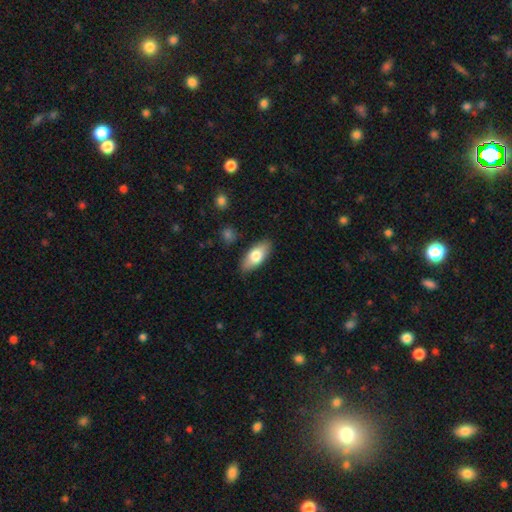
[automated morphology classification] Smooth or featured? Predicted: smooth (p=0.75). How rounded? Predicted: in between (p=0.86). Merging? Predicted: none (p=0.85).